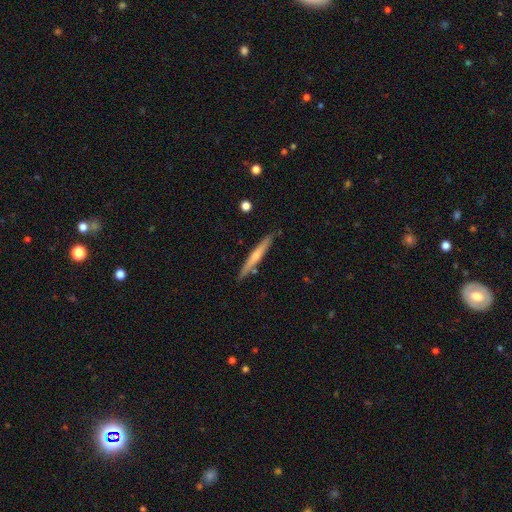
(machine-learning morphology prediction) The model was most divided on "smooth or featured": featured or disk: 56%, smooth: 38%, star or artifact: 6%. More confident: edge-on disk — yes (95%); merging — none (86%); edge-on bulge — rounded (62%).